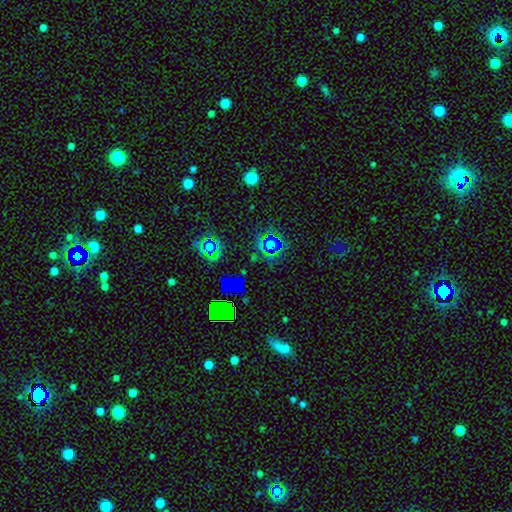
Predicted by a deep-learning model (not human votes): Smooth or featured? Predicted: star or artifact (p=0.72).